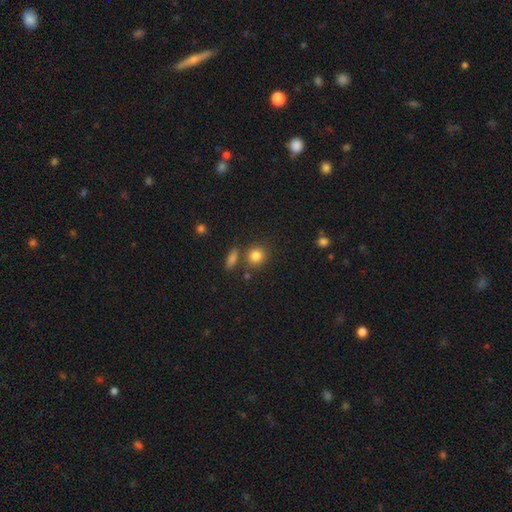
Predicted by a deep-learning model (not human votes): This is clearly a smooth galaxy (82%). How rounded: likely round (79%). Merging: likely none (73%).